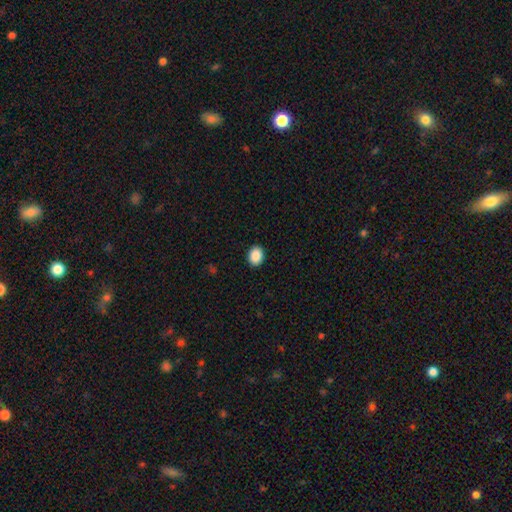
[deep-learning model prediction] smooth_or_featured: smooth (p=0.90) [alt: star or artifact p=0.08]
how_rounded: in between (p=0.59) [alt: round p=0.40]
merging: none (p=0.91) [alt: minor disturbance p=0.06]